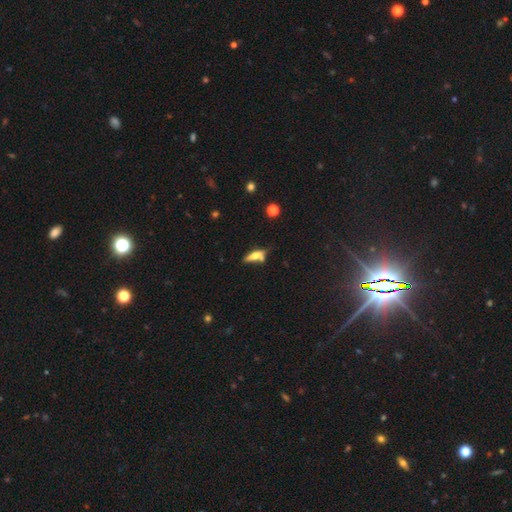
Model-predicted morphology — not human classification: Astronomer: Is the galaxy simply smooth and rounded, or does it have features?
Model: smooth — 51% (runner-up: featured or disk, 40%).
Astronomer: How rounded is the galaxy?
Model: cigar-shaped — 51% (runner-up: in between, 45%).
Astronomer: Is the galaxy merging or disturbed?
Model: none — 53%.